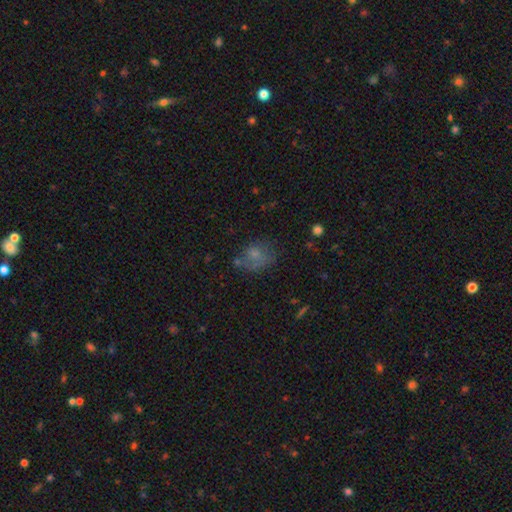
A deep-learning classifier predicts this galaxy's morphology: Smooth or featured? smooth (65%)
How rounded? in between (50%)
Merging? none (42%)